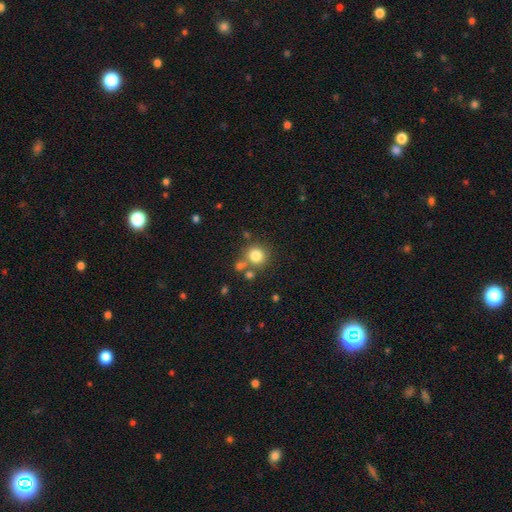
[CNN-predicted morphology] Smooth or featured: smooth — 80% (star or artifact — 12%)
How rounded: round — 90% (in between — 9%)
Merging: none — 68% (merger — 18%)